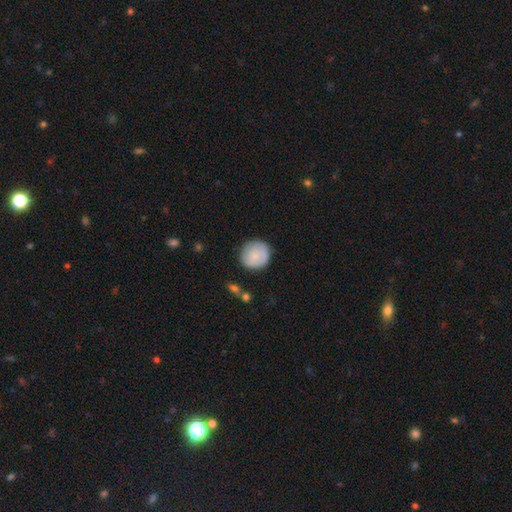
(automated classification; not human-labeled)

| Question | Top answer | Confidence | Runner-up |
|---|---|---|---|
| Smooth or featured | smooth | 80% | featured or disk (14%) |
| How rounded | round | 92% | in between (7%) |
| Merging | none | 82% | minor disturbance (13%) |